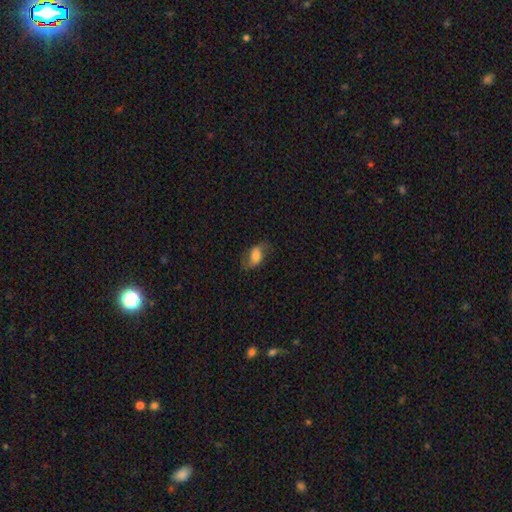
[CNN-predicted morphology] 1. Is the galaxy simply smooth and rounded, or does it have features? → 58% smooth, 34% featured or disk, 8% star or artifact.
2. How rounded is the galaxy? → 86% in between, 10% round, 4% cigar-shaped.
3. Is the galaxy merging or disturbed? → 70% none, 20% minor disturbance, 9% major disturbance, 1% merger.